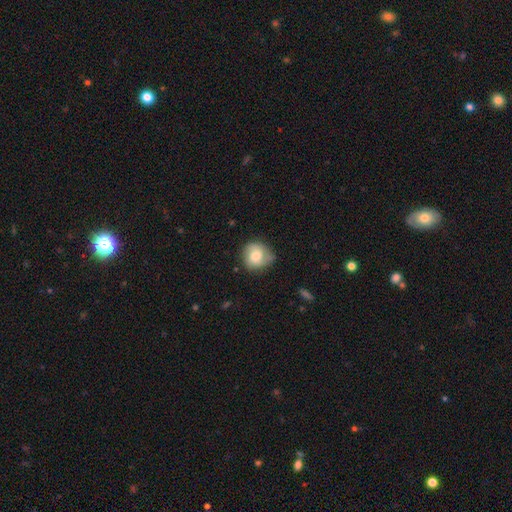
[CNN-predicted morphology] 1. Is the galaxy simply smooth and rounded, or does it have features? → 64% smooth, 29% featured or disk, 8% star or artifact.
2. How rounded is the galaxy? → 81% round, 18% in between, 1% cigar-shaped.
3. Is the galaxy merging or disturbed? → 60% none, 29% minor disturbance, 8% major disturbance, 2% merger.